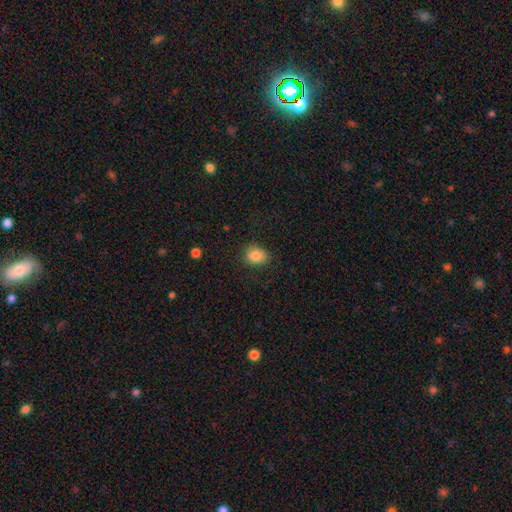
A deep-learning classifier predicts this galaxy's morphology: smooth 83%, star or artifact 10%, featured or disk 7%. Down the decision tree: how rounded — round (54%); merging — none (83%).